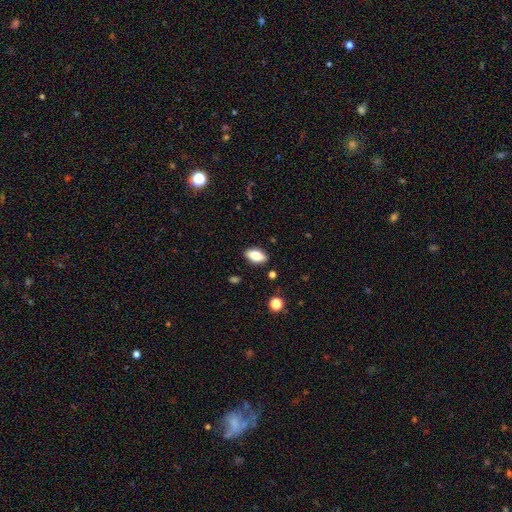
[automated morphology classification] The model was most divided on "smooth or featured": smooth: 78%, featured or disk: 14%, star or artifact: 7%. More confident: how rounded — in between (90%); merging — none (88%).